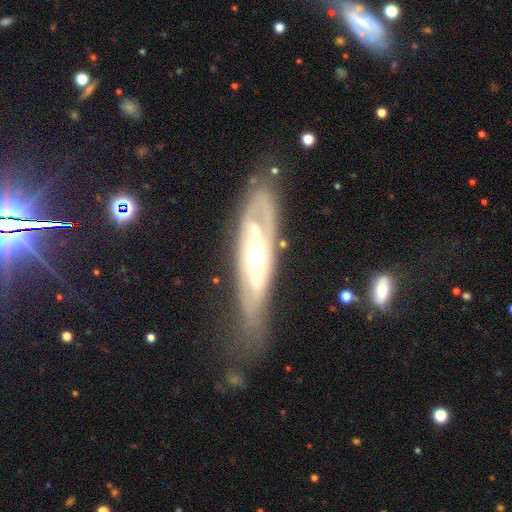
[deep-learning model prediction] Smooth or featured? featured or disk (81%)
Edge-on disk? no (78%)
Bar? no (69%)
Spiral arms? yes (74%)
Bulge size? moderate (66%)
Merging? none (65%)